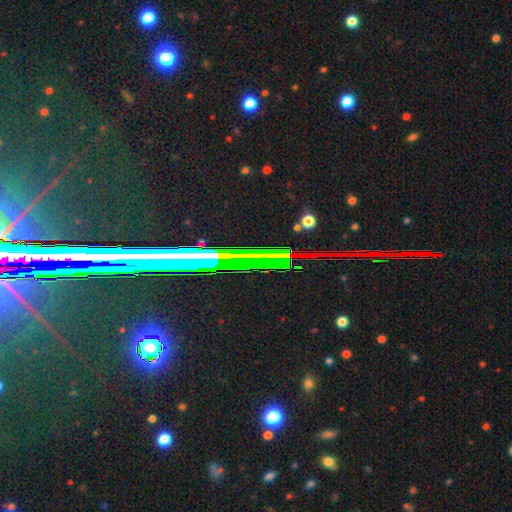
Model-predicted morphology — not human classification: Smooth or featured? Predicted: star or artifact (p=0.80).